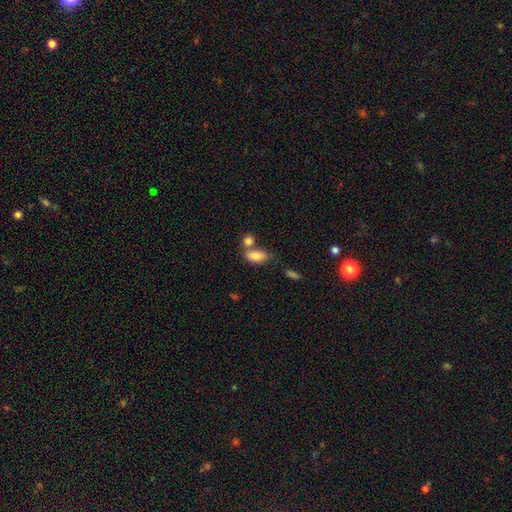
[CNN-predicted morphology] Smooth or featured?
  - smooth: 82% *
  - featured or disk: 10%
  - star or artifact: 8%
How rounded?
  - in between: 87% *
  - cigar-shaped: 6%
  - round: 6%
Merging?
  - none: 48% *
  - merger: 34%
  - minor disturbance: 13%
  - major disturbance: 4%